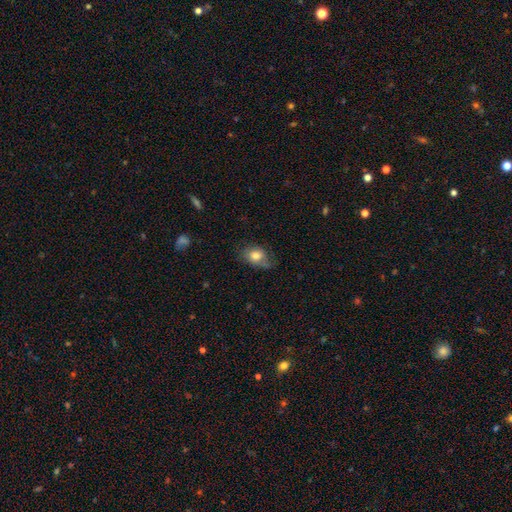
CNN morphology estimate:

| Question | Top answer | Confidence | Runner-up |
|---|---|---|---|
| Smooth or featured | smooth | 75% | featured or disk (17%) |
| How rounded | in between | 68% | round (30%) |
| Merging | none | 53% | minor disturbance (30%) |